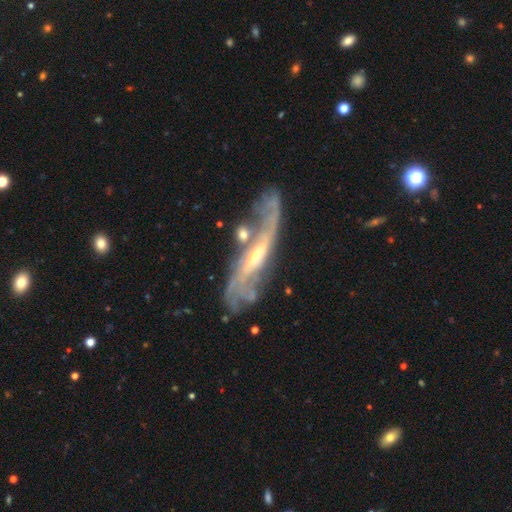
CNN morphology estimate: This appears to be a featured or disk galaxy (85%) with a weak bar (39%), 2 (64%) loose (53%) spiral arms (92%) and a small central bulge (64%). Merging: none (58%).